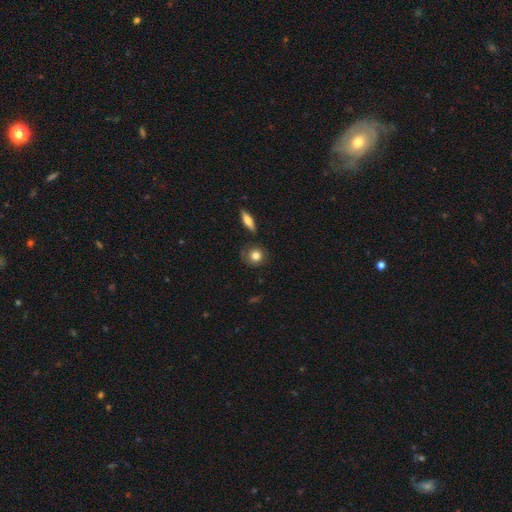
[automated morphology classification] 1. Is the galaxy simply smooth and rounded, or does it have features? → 79% smooth, 13% featured or disk, 8% star or artifact.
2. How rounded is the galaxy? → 79% round, 19% in between, 2% cigar-shaped.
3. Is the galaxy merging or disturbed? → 70% none, 21% minor disturbance, 6% major disturbance, 3% merger.